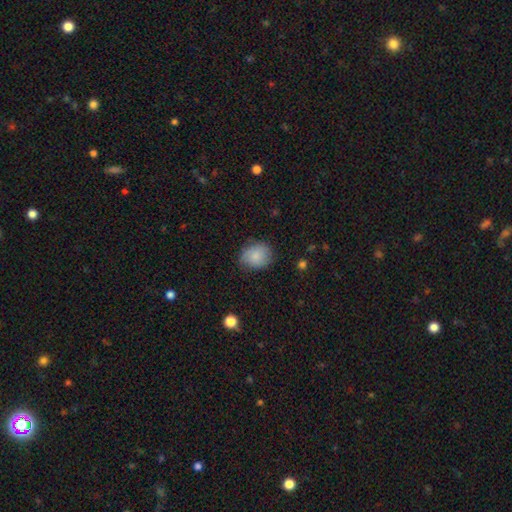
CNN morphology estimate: smooth 83%, featured or disk 10%, star or artifact 7%. Down the decision tree: how rounded — round (61%); merging — none (75%).